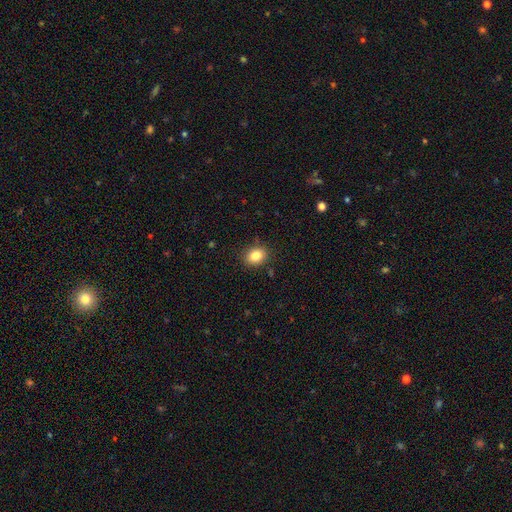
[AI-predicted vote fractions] Smooth or featured? smooth (83%)
How rounded? in between (59%)
Merging? none (87%)